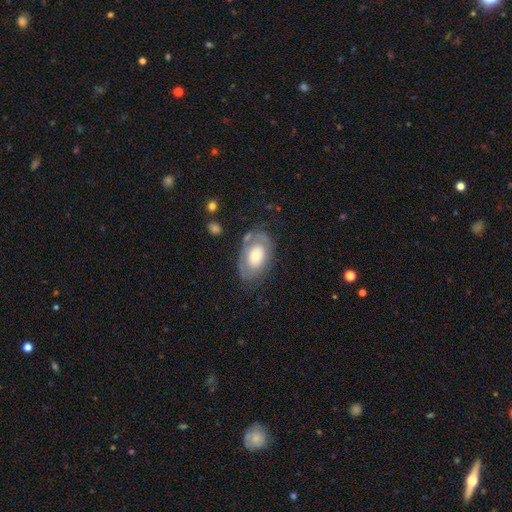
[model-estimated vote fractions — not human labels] A featured or disk galaxy (50%). Merging: none (63%).